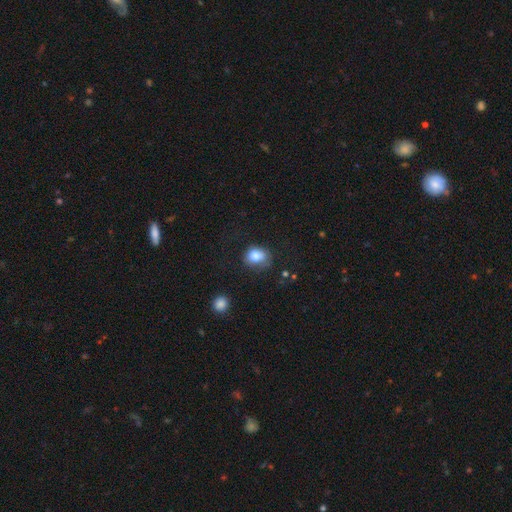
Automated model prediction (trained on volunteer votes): A smooth galaxy with no disk features (83%) that is round (50%). Merging: none (60%).